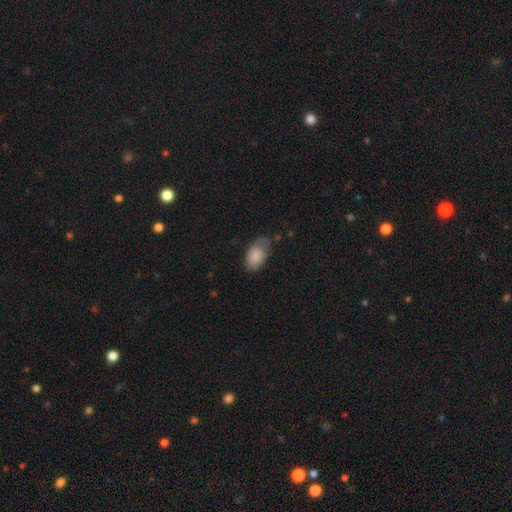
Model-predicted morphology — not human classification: A smooth galaxy with no disk features (83%) that is in between round and cigar-shaped (93%).

Vote fractions:
- Smooth or featured? smooth: 83% / featured or disk: 11% / star or artifact: 6%
- How rounded? in between: 93% / round: 5% / cigar-shaped: 2%
- Merging? none: 52% / minor disturbance: 34% / major disturbance: 12% / merger: 2%